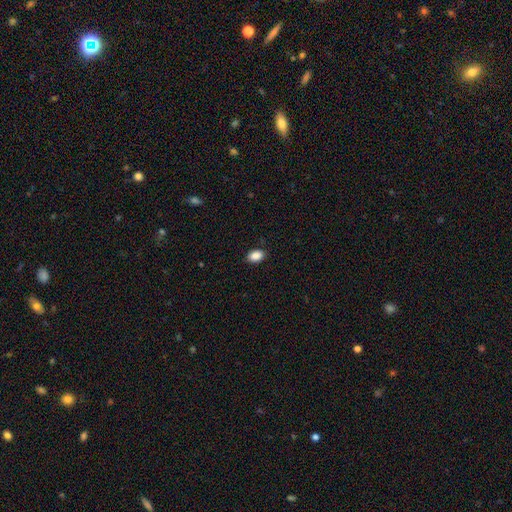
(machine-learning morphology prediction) smooth-or-featured: smooth: 89% | star or artifact: 8% | featured or disk: 3%
  how-rounded: in between: 86% | round: 13% | cigar-shaped: 1%
  merging: none: 89% | minor disturbance: 9% | major disturbance: 2% | merger: 1%